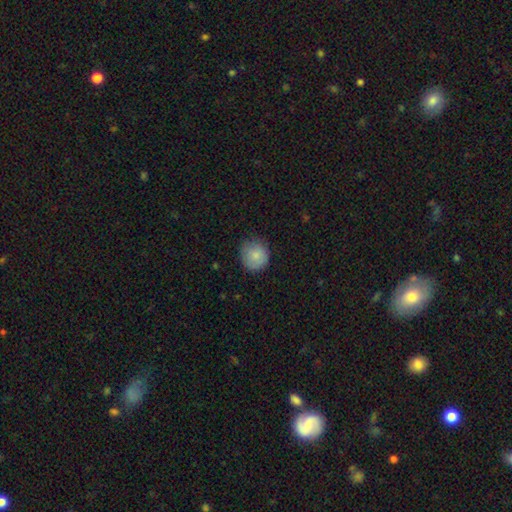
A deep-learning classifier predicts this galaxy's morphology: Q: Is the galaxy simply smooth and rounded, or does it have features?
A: smooth — 84%.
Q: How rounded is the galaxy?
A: round — 90%.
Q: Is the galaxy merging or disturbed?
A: none — 80%.